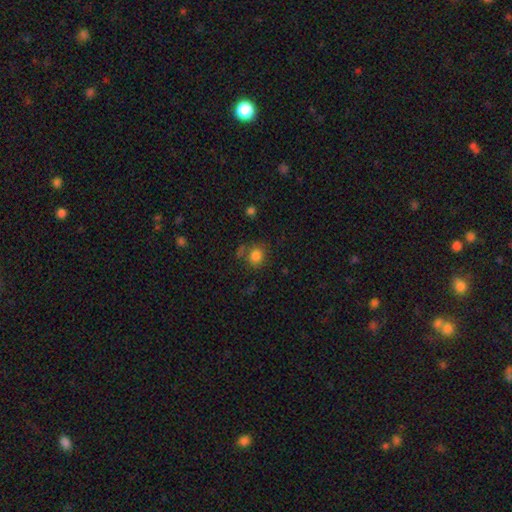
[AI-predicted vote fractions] Smooth or featured: smooth — 82% (star or artifact — 11%)
How rounded: round — 77% (in between — 22%)
Merging: none — 67% (minor disturbance — 16%)